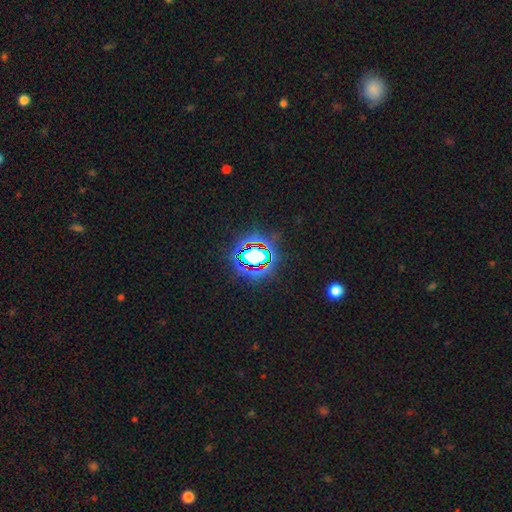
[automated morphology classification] This is likely a star or artifact rather than a galaxy (69%).